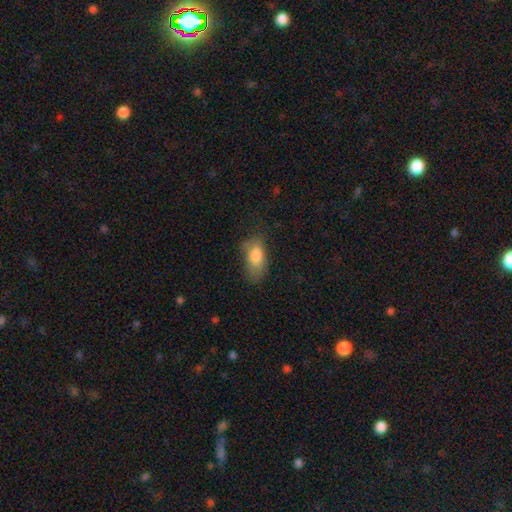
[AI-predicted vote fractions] This appears to be a smooth galaxy with no disk features (79%) that is in between round and cigar-shaped (89%). Merging: none (50%).